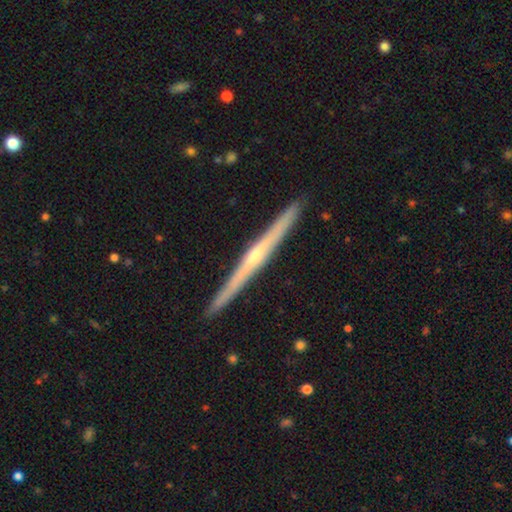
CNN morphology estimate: Smooth or featured?
  - featured or disk: 81% *
  - smooth: 14%
  - star or artifact: 5%
Edge-on disk?
  - yes: 98% *
  - no: 2%
Edge-on bulge?
  - rounded: 70% *
  - none: 24%
  - boxy: 5%
Merging?
  - none: 93% *
  - minor disturbance: 5%
  - major disturbance: 1%
  - merger: 1%